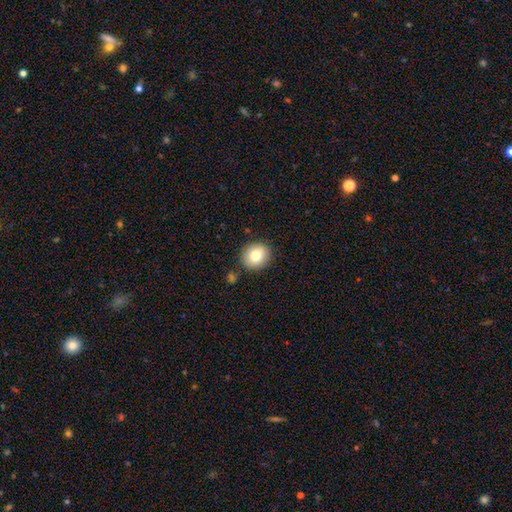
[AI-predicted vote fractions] smooth_or_featured: smooth (p=0.79) [alt: featured or disk p=0.12]
how_rounded: round (p=0.78) [alt: in between p=0.21]
merging: none (p=0.86) [alt: minor disturbance p=0.09]